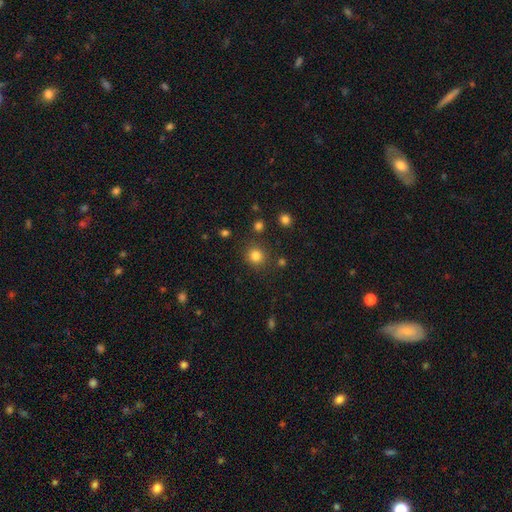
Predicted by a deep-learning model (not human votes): smooth 82%, star or artifact 13%, featured or disk 5%. Down the decision tree: how rounded — round (90%); merging — none (86%).